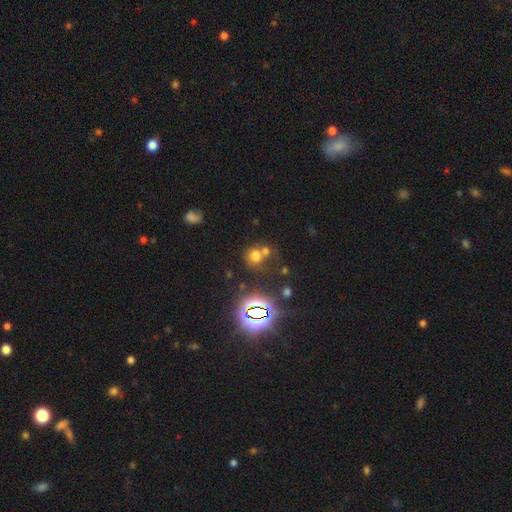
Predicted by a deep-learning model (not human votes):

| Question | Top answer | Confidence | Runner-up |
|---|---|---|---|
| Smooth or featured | smooth | 61% | star or artifact (28%) |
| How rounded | round | 78% | in between (21%) |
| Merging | none | 48% | merger (37%) |